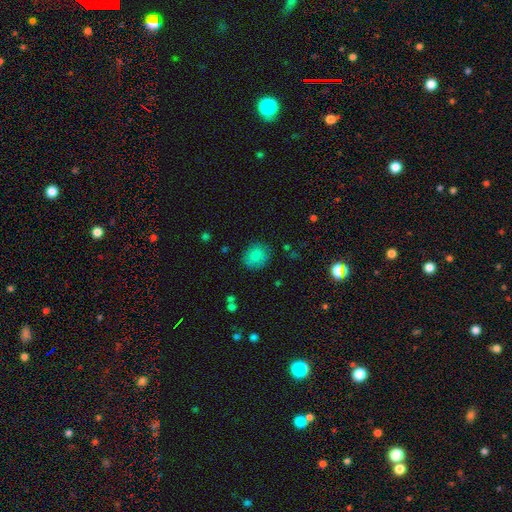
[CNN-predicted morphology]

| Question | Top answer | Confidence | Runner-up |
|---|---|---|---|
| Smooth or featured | smooth | 85% | star or artifact (9%) |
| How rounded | round | 68% | in between (31%) |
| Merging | none | 81% | minor disturbance (13%) |